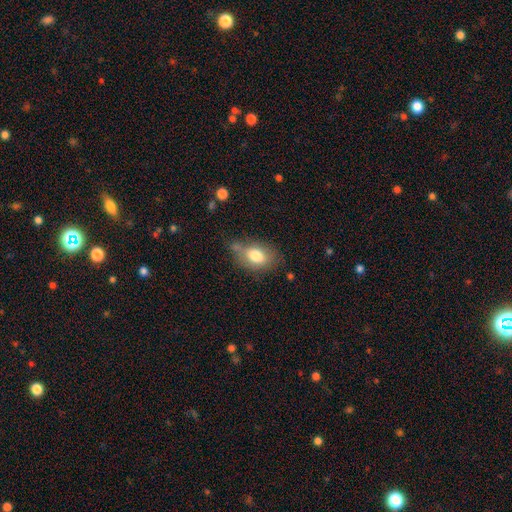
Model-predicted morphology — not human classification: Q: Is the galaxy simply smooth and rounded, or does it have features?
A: smooth — 76%.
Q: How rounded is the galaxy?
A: in between — 82%.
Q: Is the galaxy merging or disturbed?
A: none — 51%.